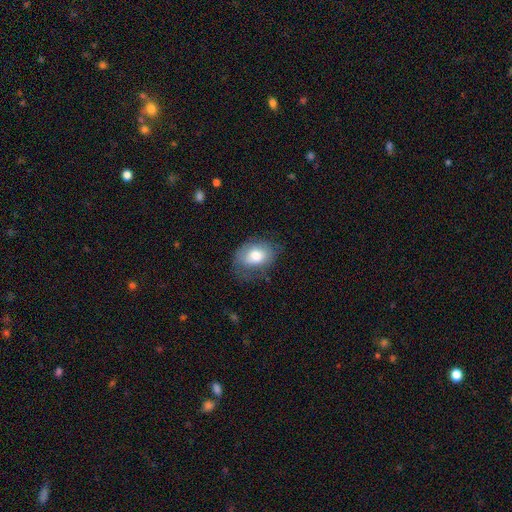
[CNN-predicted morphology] Smooth or featured? Predicted: smooth (p=0.71). How rounded? Predicted: in between (p=0.76). Merging? Predicted: none (p=0.54).